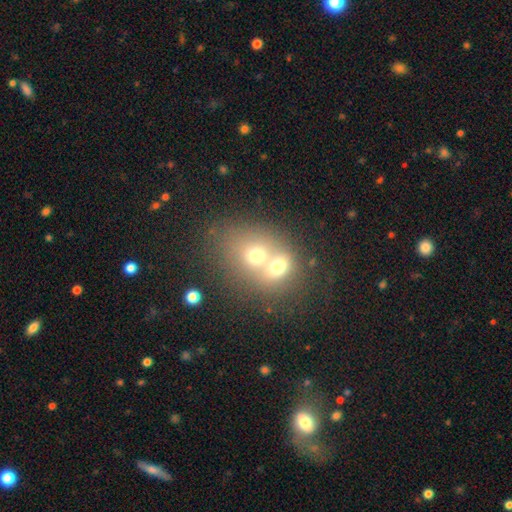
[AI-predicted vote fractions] This is likely a smooth galaxy (65%). How rounded: possibly round (59%). Merging: likely merger (69%).